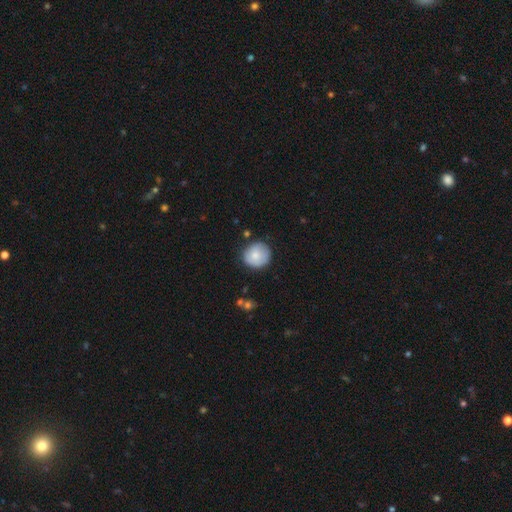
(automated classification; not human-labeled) smooth 77%, featured or disk 15%, star or artifact 7%. Down the decision tree: how rounded — round (89%); merging — none (77%).